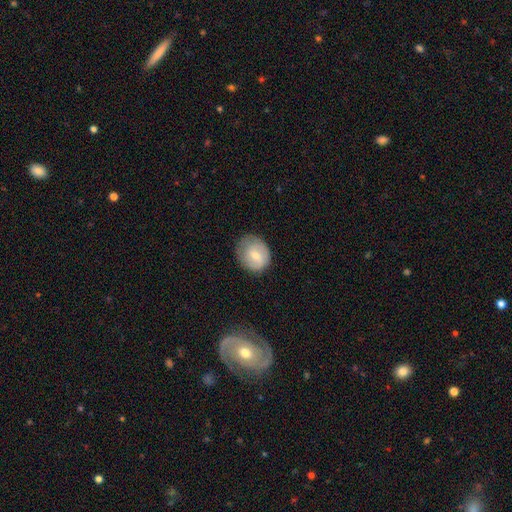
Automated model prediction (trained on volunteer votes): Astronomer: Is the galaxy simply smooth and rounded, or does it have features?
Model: smooth — 64%.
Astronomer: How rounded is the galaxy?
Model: round — 69%.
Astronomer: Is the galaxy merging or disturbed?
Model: none — 67%.